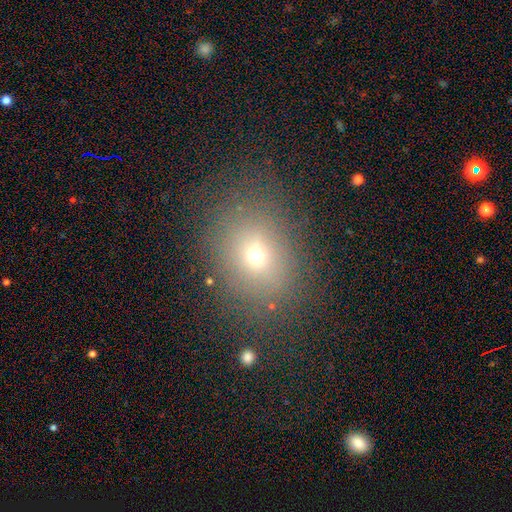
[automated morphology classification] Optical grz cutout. It shows a smooth galaxy with no disk features (64%) that is in between round and cigar-shaped (53%). Merging: none (80%).